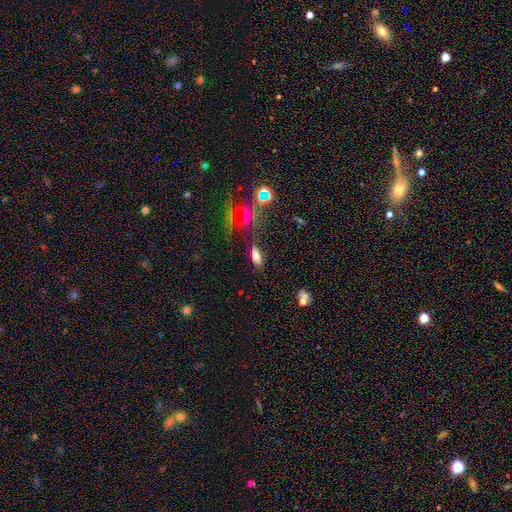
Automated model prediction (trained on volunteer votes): A smooth galaxy with no disk features (64%) that is in between round and cigar-shaped (83%). Merging: none (81%).